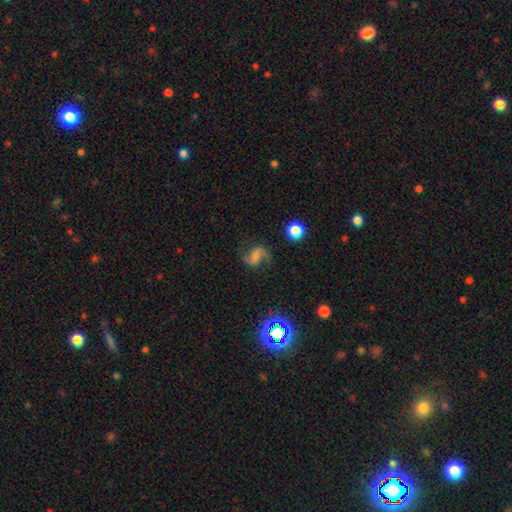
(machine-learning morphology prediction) The model was most divided on "bulge size": small: 33%, none: 31%, moderate: 26%, large: 8%, dominant: 2%. Remaining: edge-on disk — no (98%); spiral arms — yes (96%); spiral arm count — 2 (90%); smooth or featured — featured or disk (78%); merging — none (73%); spiral winding — loose (61%); bar — no (45%).